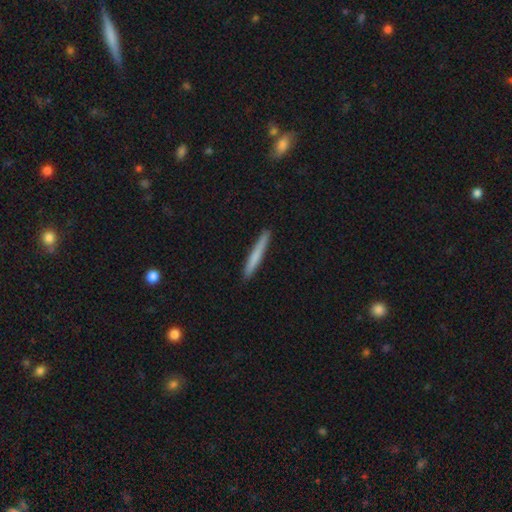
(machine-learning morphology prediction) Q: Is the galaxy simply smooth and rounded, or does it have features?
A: smooth — 72%.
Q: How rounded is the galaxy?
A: cigar-shaped — 96%.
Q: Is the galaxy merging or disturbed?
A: none — 91%.